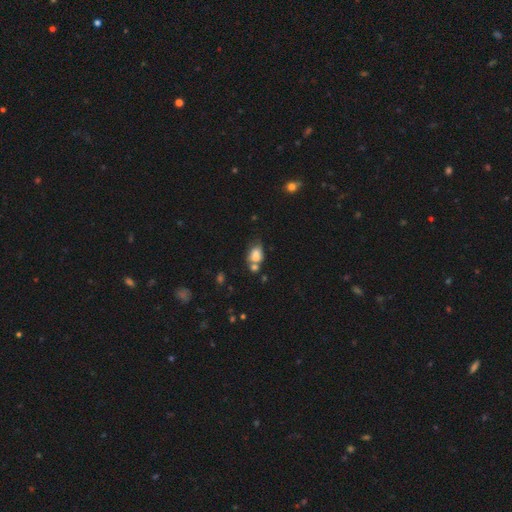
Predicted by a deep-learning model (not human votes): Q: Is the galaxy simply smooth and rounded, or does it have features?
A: smooth — 70%.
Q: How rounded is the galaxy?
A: in between — 78%.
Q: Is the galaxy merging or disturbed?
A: merger — 42%.